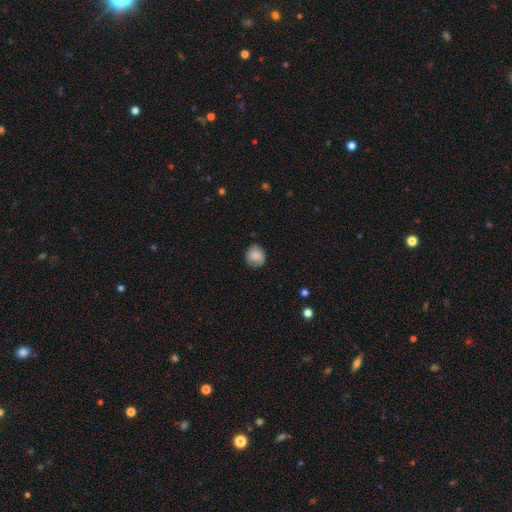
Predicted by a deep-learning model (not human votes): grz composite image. It shows a smooth galaxy with no disk features (83%) that is round (82%). Merging: none (78%).